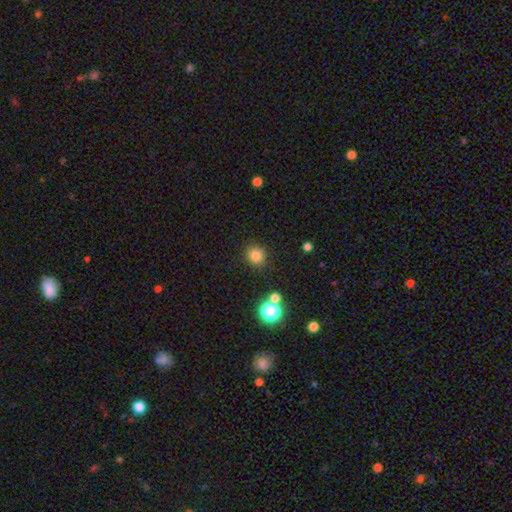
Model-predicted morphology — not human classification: The model was most divided on "smooth or featured": smooth: 81%, star or artifact: 14%, featured or disk: 5%. More confident: how rounded — round (88%); merging — none (86%).